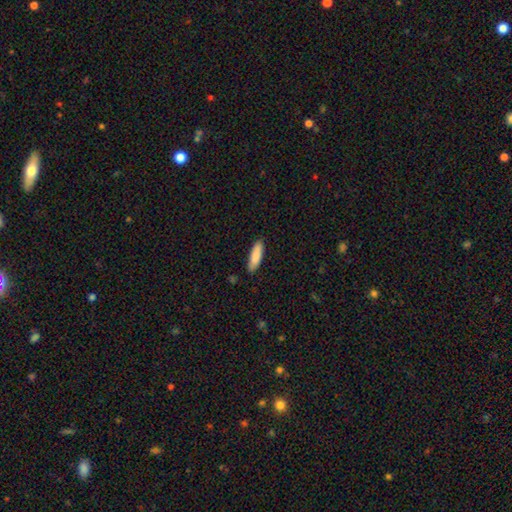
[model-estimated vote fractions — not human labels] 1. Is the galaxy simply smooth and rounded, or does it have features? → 87% smooth, 8% featured or disk, 6% star or artifact.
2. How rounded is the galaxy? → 53% cigar-shaped, 45% in between, 1% round.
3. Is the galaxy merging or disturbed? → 87% none, 10% minor disturbance, 2% major disturbance, 1% merger.